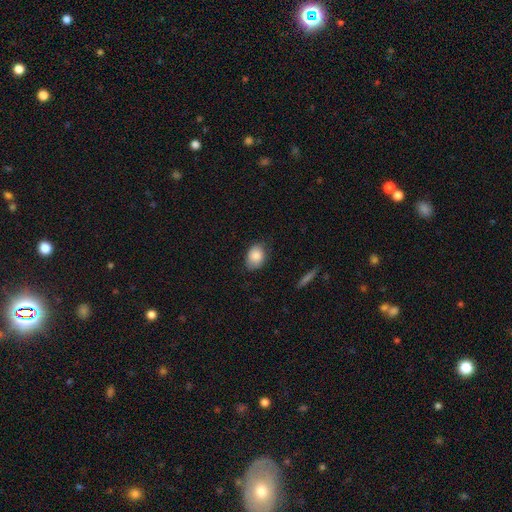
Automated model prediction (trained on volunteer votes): A smooth galaxy with no disk features (86%) that is in between round and cigar-shaped (72%).

Vote fractions:
- Smooth or featured? smooth: 86% / star or artifact: 7% / featured or disk: 7%
- How rounded? in between: 72% / round: 26% / cigar-shaped: 1%
- Merging? none: 74% / minor disturbance: 21% / major disturbance: 4% / merger: 1%